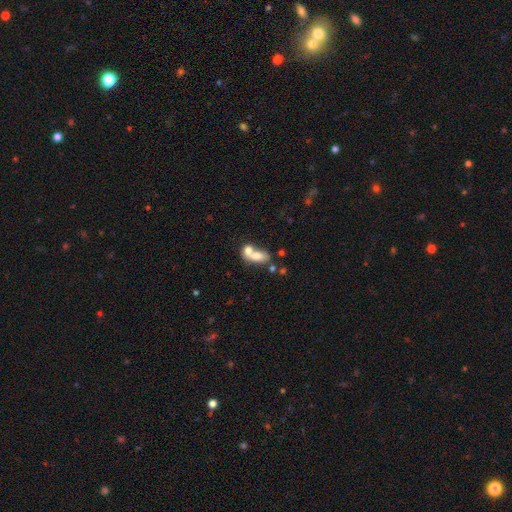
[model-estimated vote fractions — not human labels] Overall: smooth (70%). How rounded: in between (78%). Merging: merger (68%).